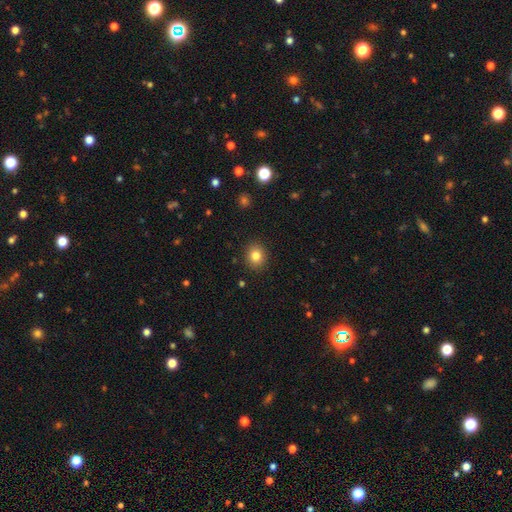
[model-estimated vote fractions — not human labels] A smooth galaxy with no disk features (82%) that is round (76%).

Vote fractions:
- Smooth or featured? smooth: 82% / star or artifact: 11% / featured or disk: 7%
- How rounded? round: 76% / in between: 23% / cigar-shaped: 1%
- Merging? none: 90% / minor disturbance: 7% / major disturbance: 2% / merger: 1%